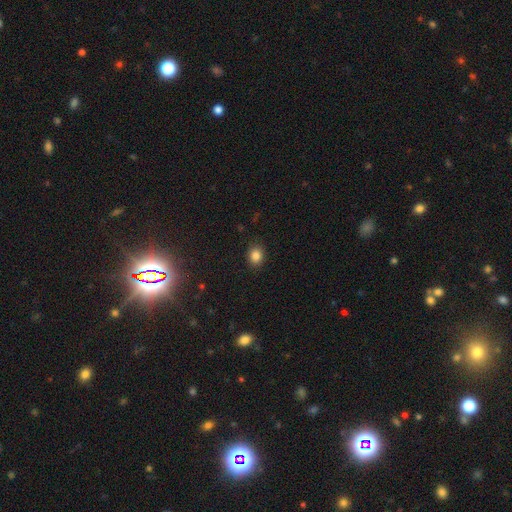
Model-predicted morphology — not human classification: Smooth or featured?
  - smooth: 85% *
  - star or artifact: 11%
  - featured or disk: 4%
How rounded?
  - round: 57% *
  - in between: 42%
  - cigar-shaped: 1%
Merging?
  - none: 89% *
  - minor disturbance: 8%
  - major disturbance: 2%
  - merger: 1%